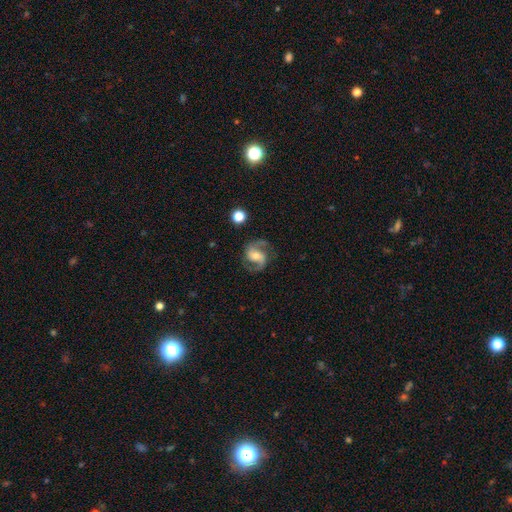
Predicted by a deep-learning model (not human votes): smooth-or-featured: featured or disk: 87% | smooth: 7% | star or artifact: 6%
  disk-edge-on: no: 98% | yes: 2%
    bar: no: 46% | weak: 38% | strong: 15%
    has-spiral-arms: yes: 97% | no: 3%
      spiral-winding: medium: 59% | loose: 25% | tight: 16%
      spiral-arm-count: 2: 93% | can't tell: 2% | 3: 2% | 1: 2% | 4: 1% | more than 4: 1%
    bulge-size: moderate: 54% | small: 35% | large: 7% | none: 3% | dominant: 1%
  merging: none: 78% | minor disturbance: 14% | major disturbance: 7% | merger: 2%